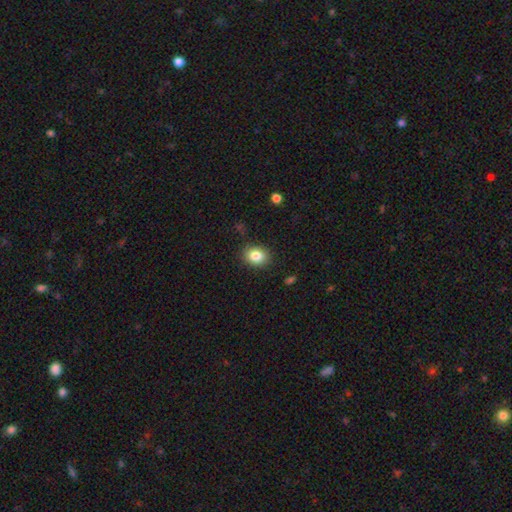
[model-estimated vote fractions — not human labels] Smooth or featured?
  - smooth: 84% *
  - star or artifact: 9%
  - featured or disk: 7%
How rounded?
  - round: 50% *
  - in between: 49%
  - cigar-shaped: 1%
Merging?
  - none: 87% *
  - minor disturbance: 9%
  - major disturbance: 3%
  - merger: 1%